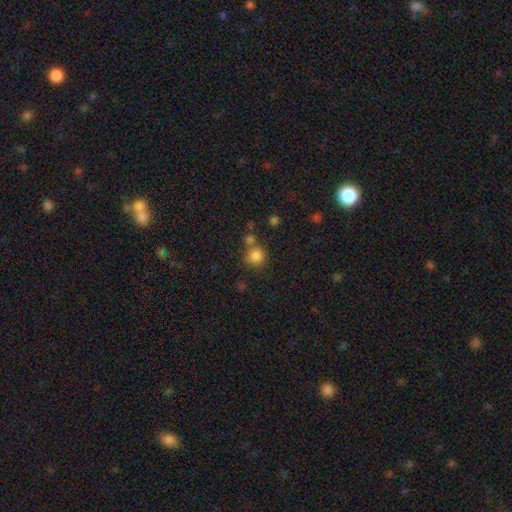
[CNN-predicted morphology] The model was most divided on "merging": none: 59%, merger: 23%, minor disturbance: 12%, major disturbance: 5%. More confident: how rounded — round (86%); smooth or featured — smooth (83%).